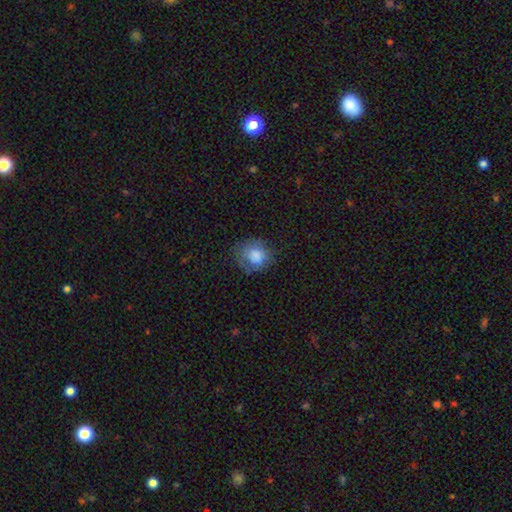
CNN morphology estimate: type=smooth (74%); roundness=round (74%); merging=none (60%).